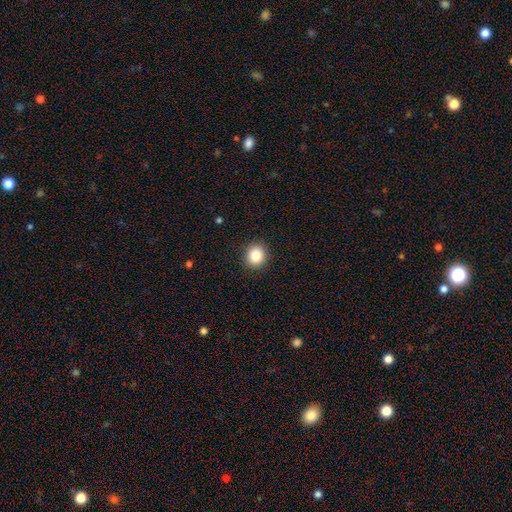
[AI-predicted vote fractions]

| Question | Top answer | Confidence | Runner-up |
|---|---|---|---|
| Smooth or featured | smooth | 85% | star or artifact (10%) |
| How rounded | round | 82% | in between (17%) |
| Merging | none | 90% | minor disturbance (7%) |